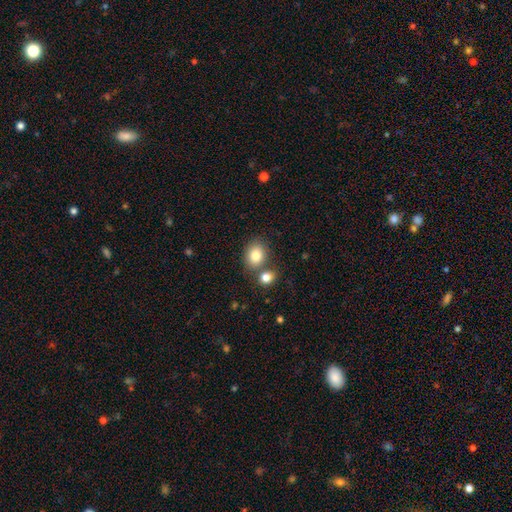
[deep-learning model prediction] Smooth or featured: smooth — 83% (star or artifact — 10%)
How rounded: round — 52% (in between — 47%)
Merging: none — 64% (merger — 22%)